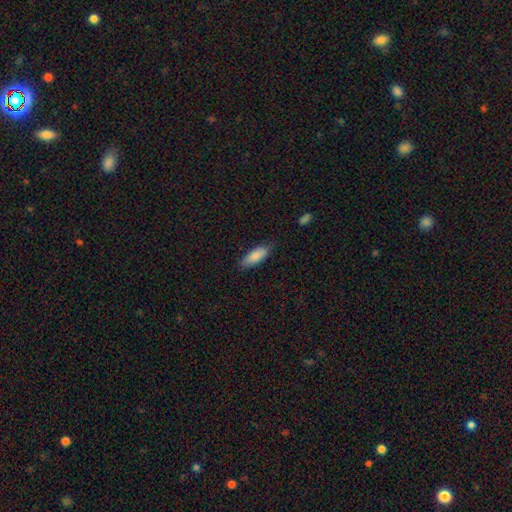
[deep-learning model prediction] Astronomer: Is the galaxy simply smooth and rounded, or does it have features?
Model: smooth — 86%.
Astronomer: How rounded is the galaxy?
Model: in between — 72%.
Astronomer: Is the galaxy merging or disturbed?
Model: none — 78%.